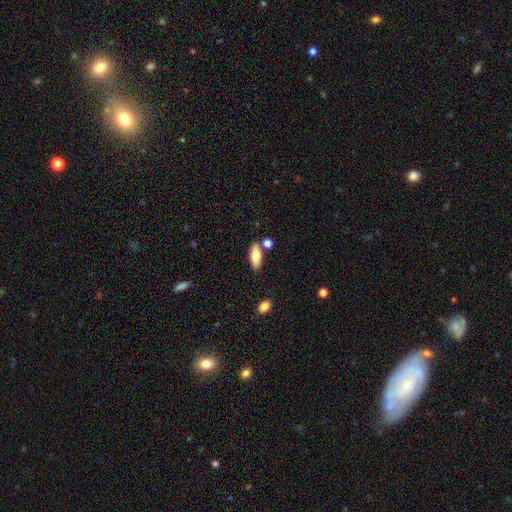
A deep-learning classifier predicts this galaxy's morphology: A smooth galaxy with no disk features (76%) that is in between round and cigar-shaped (79%).

Vote fractions:
- Smooth or featured? smooth: 76% / featured or disk: 17% / star or artifact: 6%
- How rounded? in between: 79% / cigar-shaped: 18% / round: 3%
- Merging? none: 77% / minor disturbance: 11% / merger: 9% / major disturbance: 3%